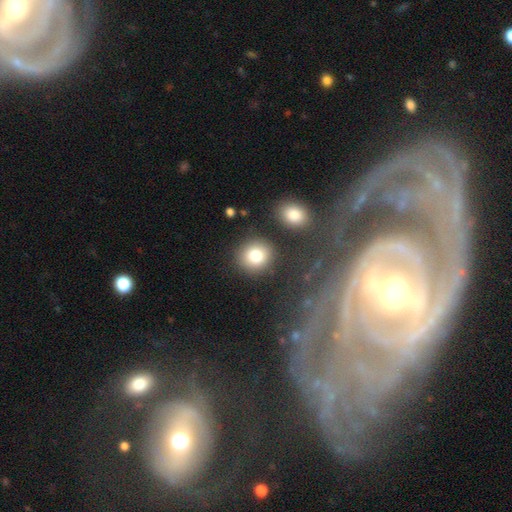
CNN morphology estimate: Overall: smooth (79%). How rounded: round (81%). Merging: none (84%).